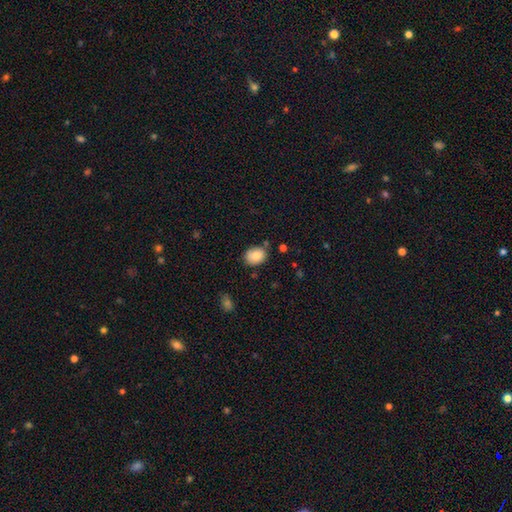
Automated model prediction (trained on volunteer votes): Morphology: type=smooth (86%); roundness=in between (62%); merging=none (77%).